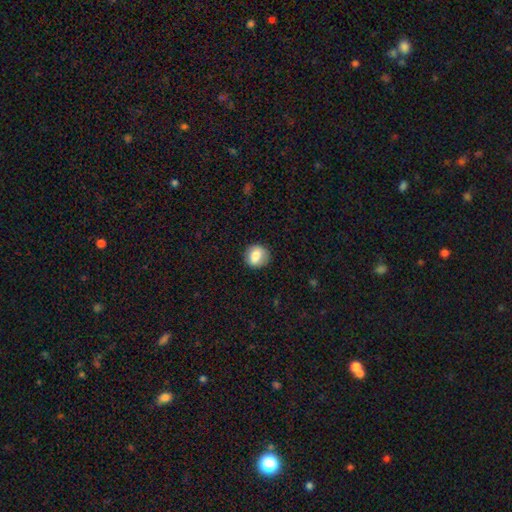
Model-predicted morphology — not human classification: Smooth or featured? Predicted: smooth (p=0.77). How rounded? Predicted: round (p=0.79). Merging? Predicted: none (p=0.86).